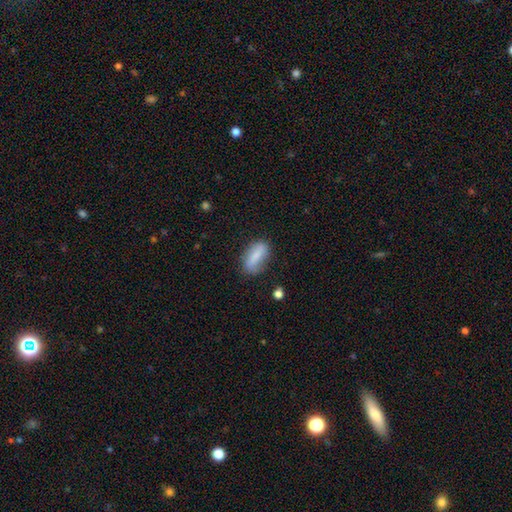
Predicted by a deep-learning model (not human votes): Overall: smooth (77%). How rounded: in between (78%). Merging: none (71%).